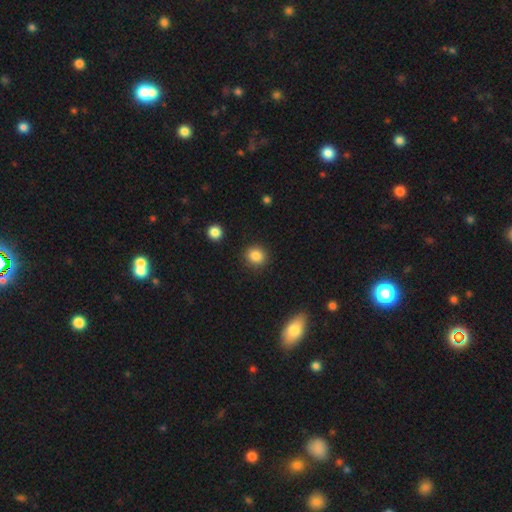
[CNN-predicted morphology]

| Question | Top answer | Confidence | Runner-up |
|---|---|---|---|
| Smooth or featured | smooth | 86% | star or artifact (10%) |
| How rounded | round | 85% | in between (14%) |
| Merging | none | 90% | minor disturbance (6%) |